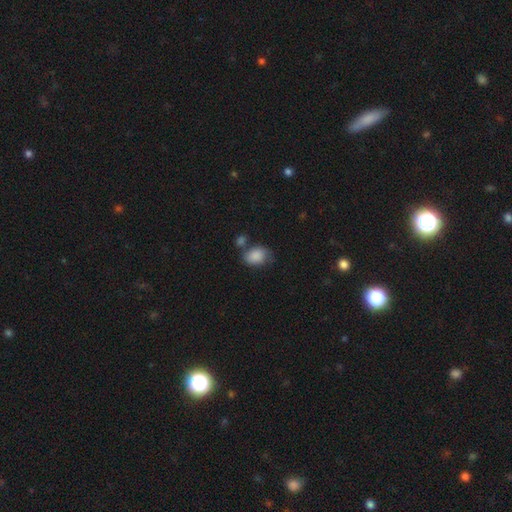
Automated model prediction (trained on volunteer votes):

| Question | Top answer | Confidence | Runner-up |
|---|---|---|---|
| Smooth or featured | smooth | 84% | featured or disk (9%) |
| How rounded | in between | 71% | round (28%) |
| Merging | none | 48% | minor disturbance (23%) |